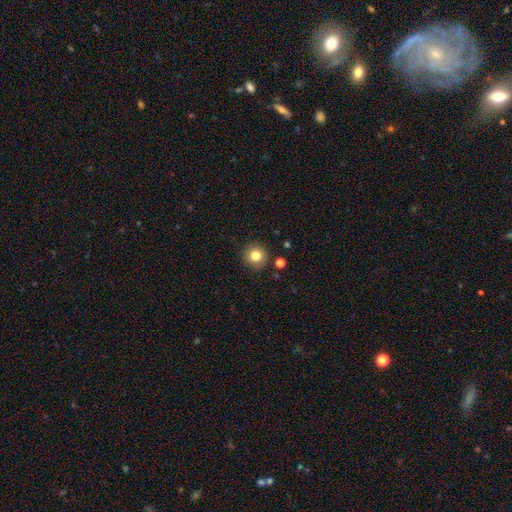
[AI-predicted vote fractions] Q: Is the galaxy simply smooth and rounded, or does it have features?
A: smooth — 81%.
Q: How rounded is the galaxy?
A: round — 94%.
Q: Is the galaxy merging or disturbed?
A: none — 89%.